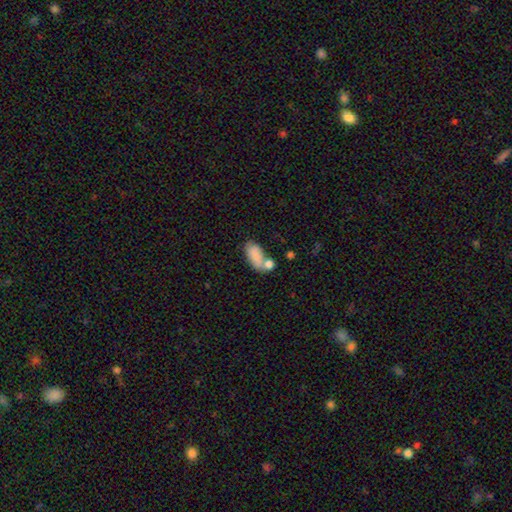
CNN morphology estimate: Smooth or featured? smooth (81%)
How rounded? in between (90%)
Merging? none (40%)